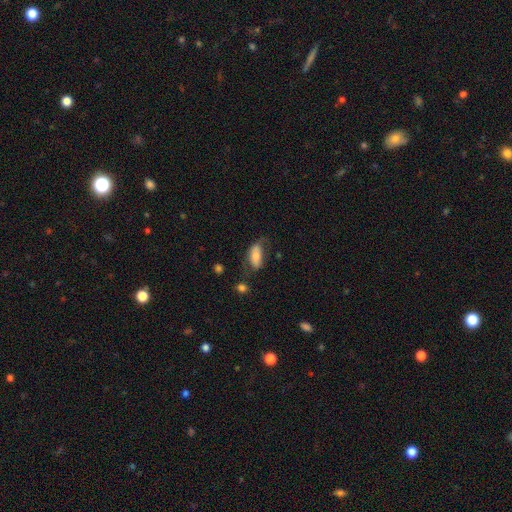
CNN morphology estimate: This appears to be a smooth galaxy with no disk features (70%) that is in between round and cigar-shaped (86%). Merging: none (45%).